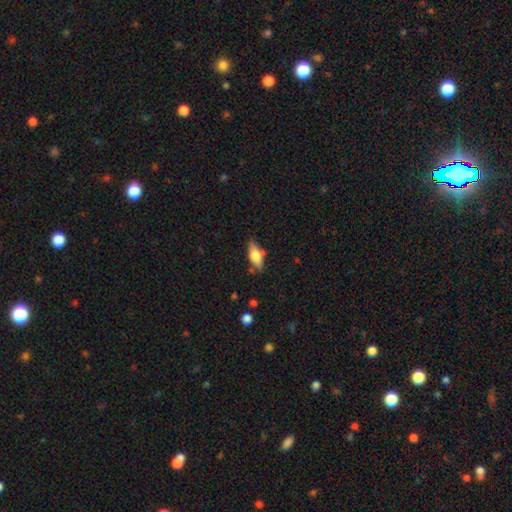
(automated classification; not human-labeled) Overall: smooth (61%; featured or disk 31%). How rounded: in between (71%). Merging: none (73%).